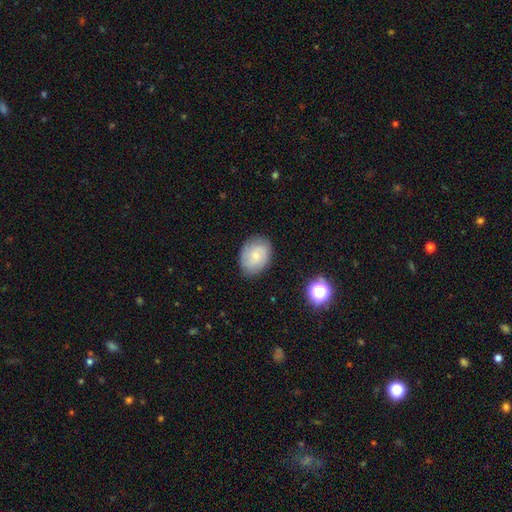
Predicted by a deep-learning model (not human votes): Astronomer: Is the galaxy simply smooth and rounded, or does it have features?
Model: smooth — 48% (runner-up: featured or disk, 43%).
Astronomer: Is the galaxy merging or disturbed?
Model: none — 82%.